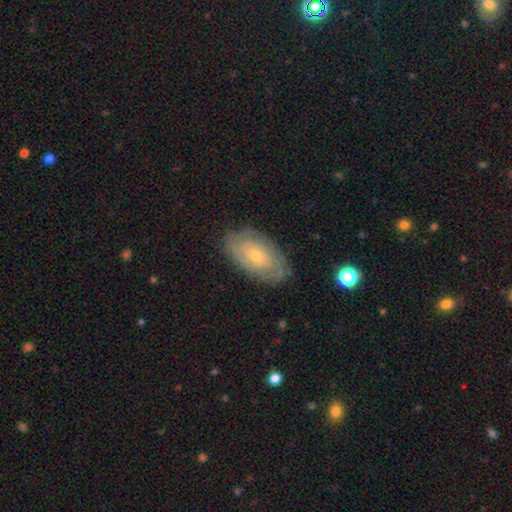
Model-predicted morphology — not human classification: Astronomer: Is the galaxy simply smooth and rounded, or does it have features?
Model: featured or disk — 70%.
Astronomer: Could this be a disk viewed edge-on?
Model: no — 94%.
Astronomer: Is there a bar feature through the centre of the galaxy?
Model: no — 75%.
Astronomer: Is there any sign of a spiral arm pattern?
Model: yes — 85%.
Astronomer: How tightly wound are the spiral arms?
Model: tight — 73%.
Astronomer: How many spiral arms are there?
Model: can't tell — 51% (runner-up: 2, 28%).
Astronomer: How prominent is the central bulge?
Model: small — 69%.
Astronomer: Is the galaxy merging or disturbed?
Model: none — 79%.